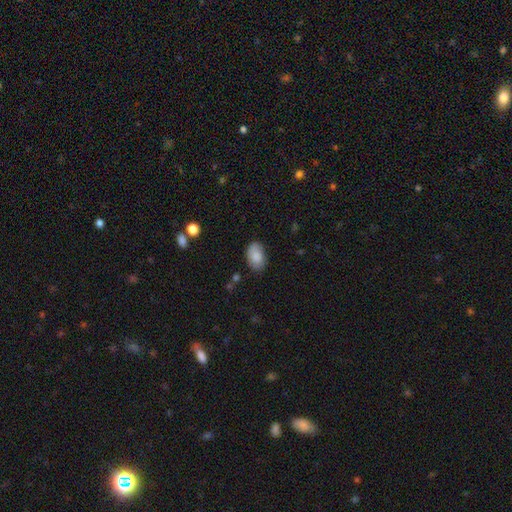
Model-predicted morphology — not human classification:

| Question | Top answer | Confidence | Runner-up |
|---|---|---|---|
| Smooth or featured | smooth | 79% | featured or disk (13%) |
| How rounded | in between | 90% | round (9%) |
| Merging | none | 73% | minor disturbance (20%) |